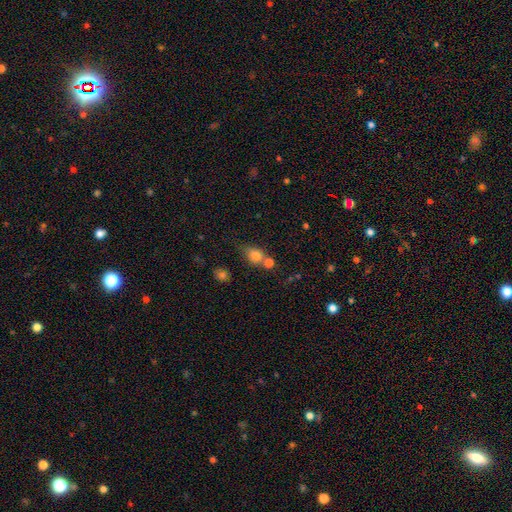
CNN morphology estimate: Overall: smooth (78%). How rounded: round (50%; in between 47%). Merging: none (46%; merger 35%).